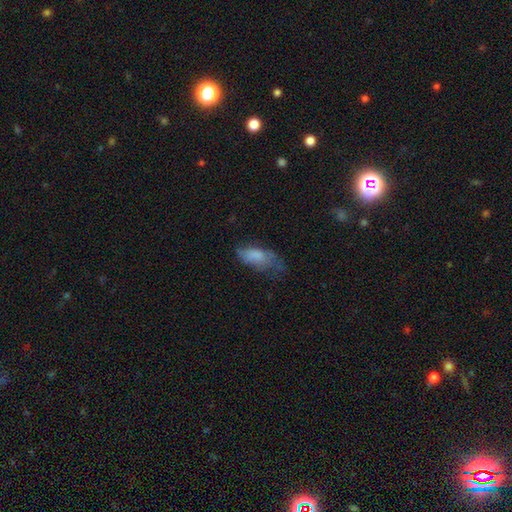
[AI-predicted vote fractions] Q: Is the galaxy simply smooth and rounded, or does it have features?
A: smooth — 70%.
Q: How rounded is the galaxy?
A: in between — 85%.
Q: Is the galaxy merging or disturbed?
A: none — 35%.